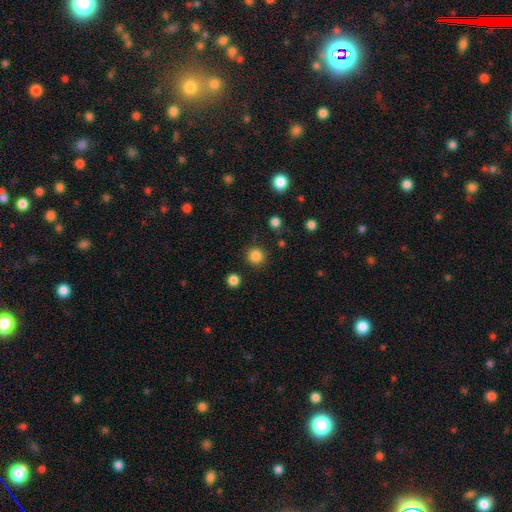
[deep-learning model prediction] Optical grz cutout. It shows a smooth galaxy with no disk features (84%) that is round (94%). Merging: none (89%).